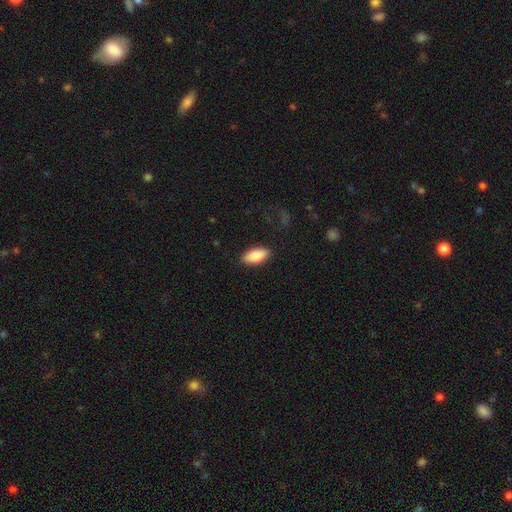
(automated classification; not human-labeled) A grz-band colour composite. It shows a smooth galaxy with no disk features (85%) that is in between round and cigar-shaped (89%). Merging: none (88%).